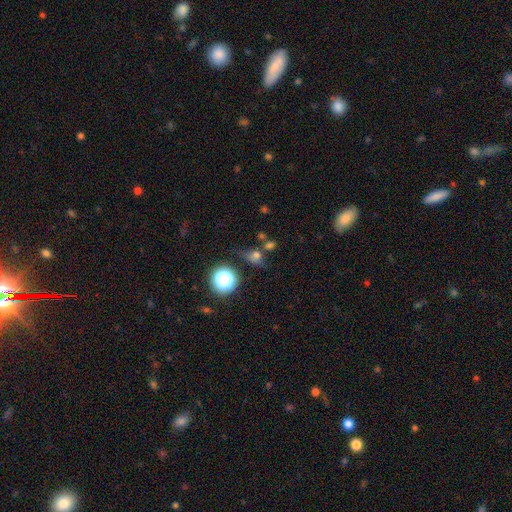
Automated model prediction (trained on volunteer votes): The model was most divided on "merging": none: 53%, minor disturbance: 19%, merger: 17%, major disturbance: 11%. More confident: how rounded — round (66%); smooth or featured — smooth (64%).